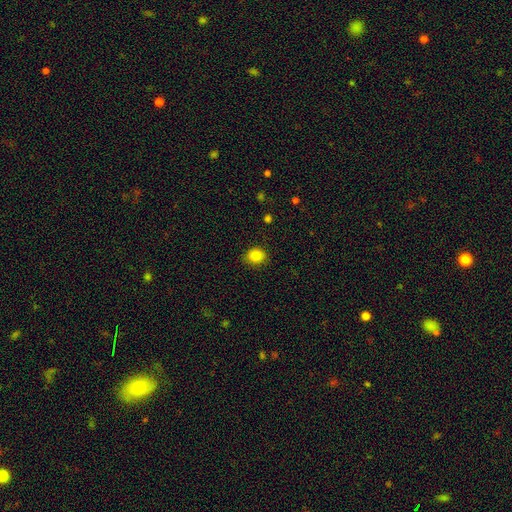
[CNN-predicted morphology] The model was most divided on "how rounded": round: 65%, in between: 34%, cigar-shaped: 1%. More confident: merging — none (86%); smooth or featured — smooth (84%).